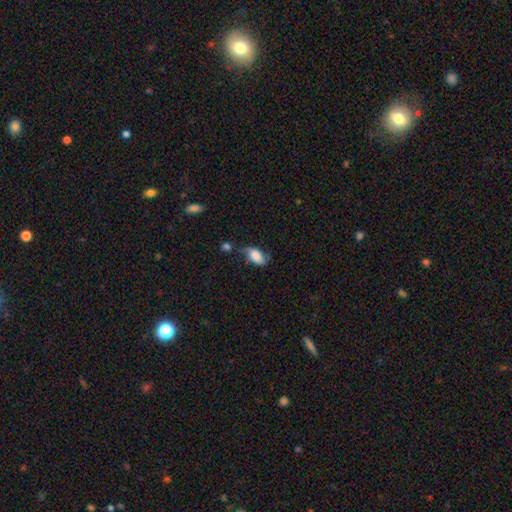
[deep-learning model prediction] Smooth or featured?
  - smooth: 61% *
  - featured or disk: 30%
  - star or artifact: 9%
How rounded?
  - in between: 90% *
  - round: 7%
  - cigar-shaped: 3%
Merging?
  - none: 43% *
  - minor disturbance: 30%
  - major disturbance: 15%
  - merger: 12%